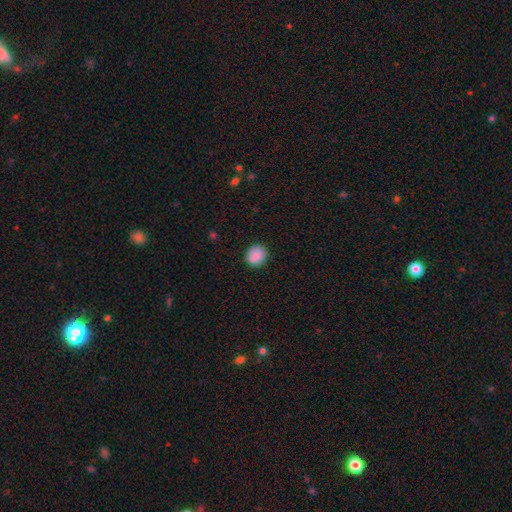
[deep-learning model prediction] smooth-or-featured: smooth: 88% | star or artifact: 8% | featured or disk: 4%
  how-rounded: round: 77% | in between: 22% | cigar-shaped: 1%
  merging: none: 87% | minor disturbance: 10% | major disturbance: 2% | merger: 1%